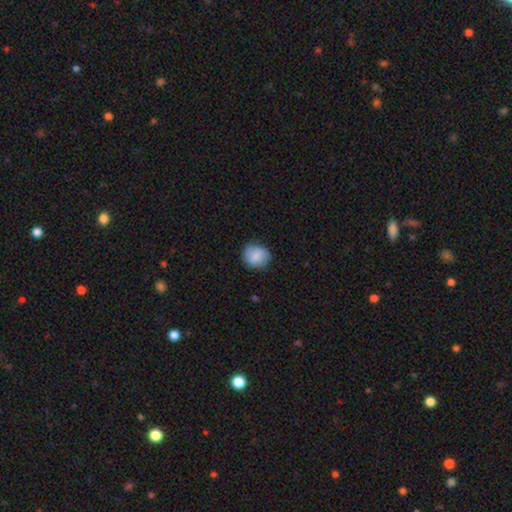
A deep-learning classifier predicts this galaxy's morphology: Overall: smooth (83%). How rounded: round (80%). Merging: none (79%).